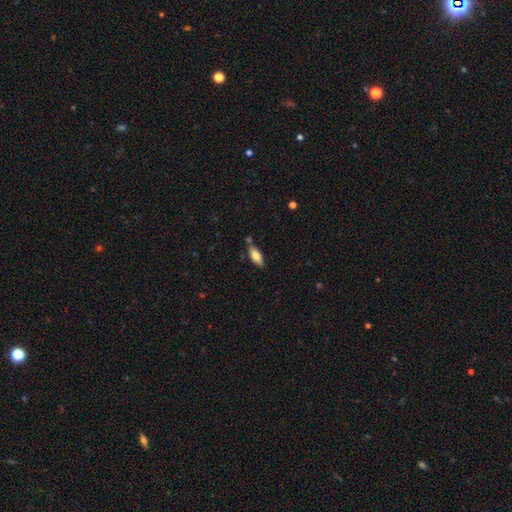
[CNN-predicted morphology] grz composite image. It shows a smooth galaxy with no disk features (75%) that is in between round and cigar-shaped (74%). Merging: none (70%).